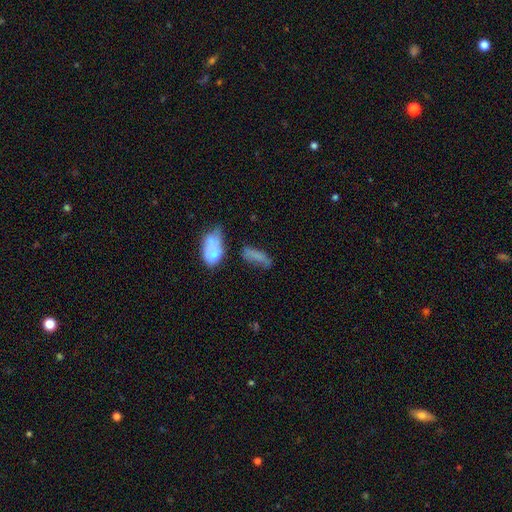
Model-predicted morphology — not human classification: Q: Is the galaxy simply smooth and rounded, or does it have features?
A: smooth — 65%.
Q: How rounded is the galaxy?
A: in between — 60%.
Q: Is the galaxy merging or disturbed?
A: none — 36%.